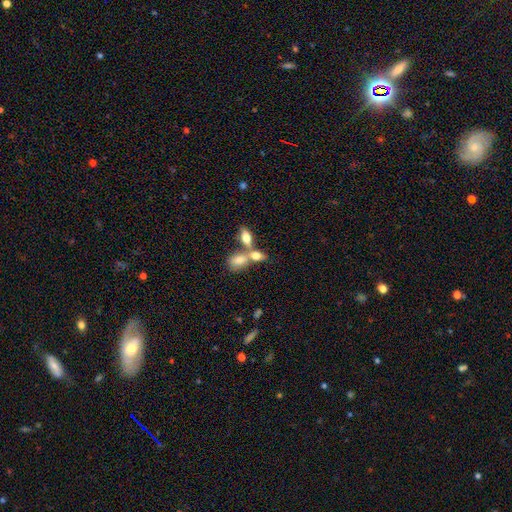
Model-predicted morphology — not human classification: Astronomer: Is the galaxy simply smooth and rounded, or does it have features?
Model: smooth — 73%.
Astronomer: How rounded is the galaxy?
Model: in between — 83%.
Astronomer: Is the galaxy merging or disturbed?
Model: merger — 61%.